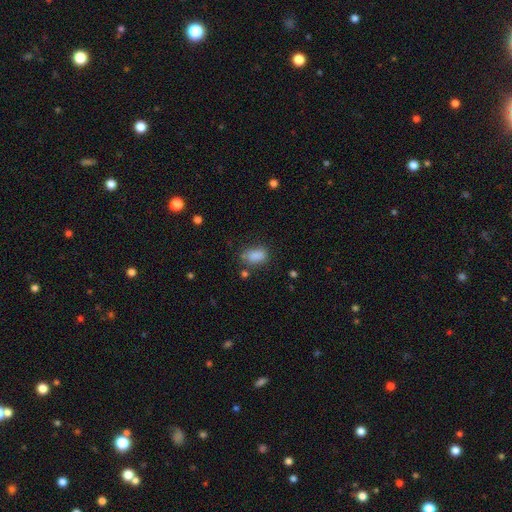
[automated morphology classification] Overall: smooth (85%). How rounded: in between (87%). Merging: none (66%).